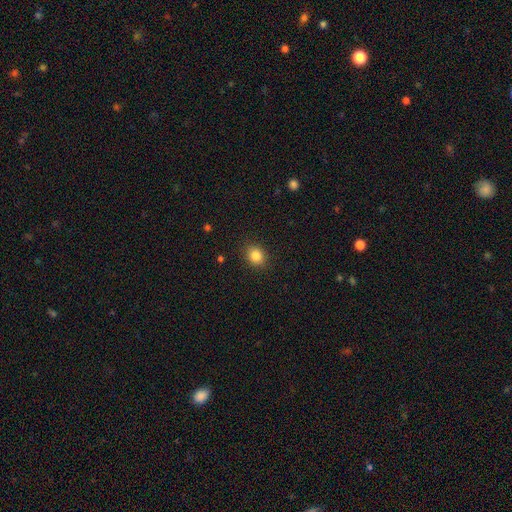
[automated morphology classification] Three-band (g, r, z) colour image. It shows a smooth galaxy with no disk features (85%) that is round (59%). Merging: none (89%).